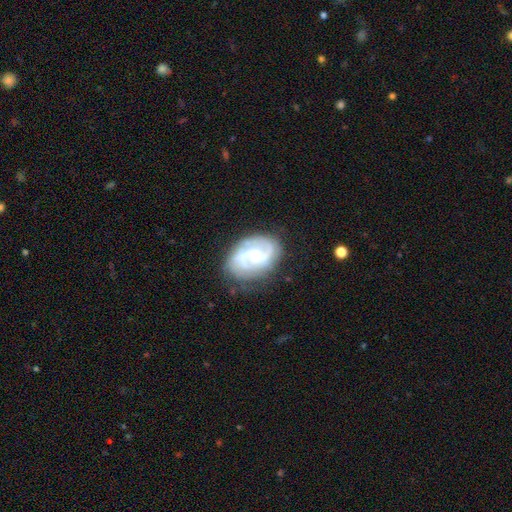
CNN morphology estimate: A featured or disk galaxy (85%) with no bar (55%), 2 (60%) medium (46%) spiral arms (95%) and a small central bulge (50%). Merging: none (74%).